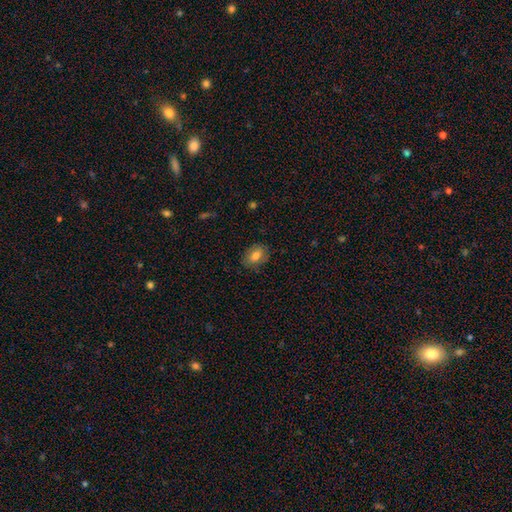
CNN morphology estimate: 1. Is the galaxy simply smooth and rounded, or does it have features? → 74% smooth, 18% featured or disk, 8% star or artifact.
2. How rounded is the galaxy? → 79% in between, 20% round, 1% cigar-shaped.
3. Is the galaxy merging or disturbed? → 81% none, 14% minor disturbance, 4% major disturbance, 1% merger.